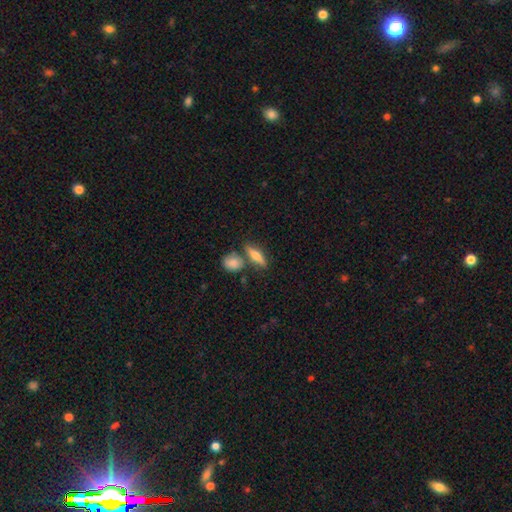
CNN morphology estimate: A smooth galaxy with no disk features (61%) that is cigar-shaped (58%).

Vote fractions:
- Smooth or featured? smooth: 61% / featured or disk: 32% / star or artifact: 8%
- How rounded? cigar-shaped: 58% / in between: 35% / round: 7%
- Merging? none: 67% / merger: 18% / minor disturbance: 11% / major disturbance: 4%